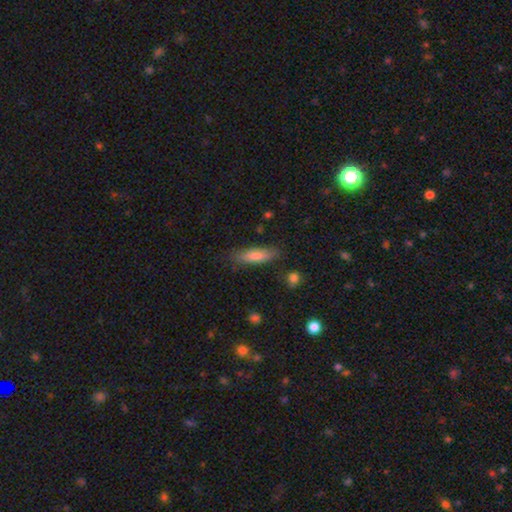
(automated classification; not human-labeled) smooth_or_featured: smooth (p=0.75) [alt: featured or disk p=0.18]
how_rounded: cigar-shaped (p=0.63) [alt: in between p=0.35]
merging: none (p=0.82) [alt: minor disturbance p=0.13]